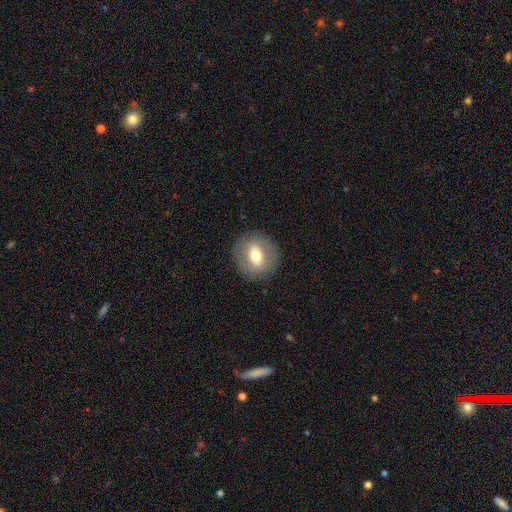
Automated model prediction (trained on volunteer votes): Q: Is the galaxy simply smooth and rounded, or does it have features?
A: smooth — 51%.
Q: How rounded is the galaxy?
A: round — 73%.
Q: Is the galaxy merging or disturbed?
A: none — 85%.